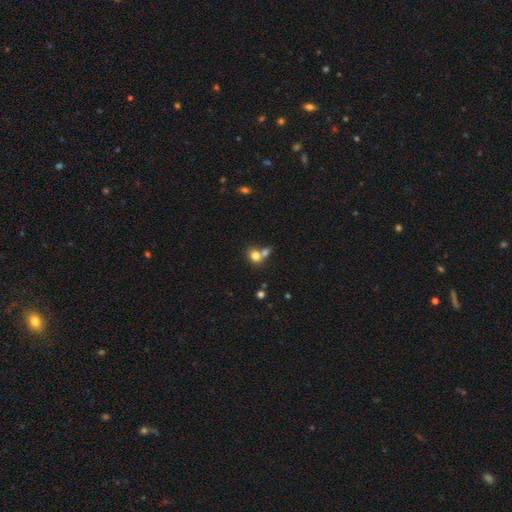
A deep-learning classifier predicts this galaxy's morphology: The model was most divided on "merging": merger: 48%, none: 40%, minor disturbance: 8%, major disturbance: 4%. More confident: smooth or featured — smooth (78%); how rounded — round (62%).